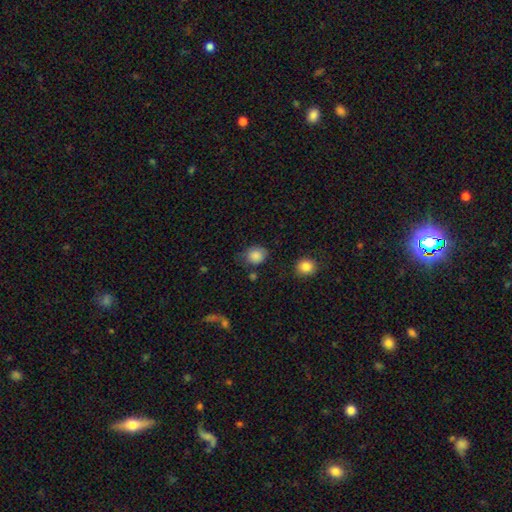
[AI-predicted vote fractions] smooth_or_featured: smooth (p=0.86) [alt: star or artifact p=0.09]
how_rounded: round (p=0.66) [alt: in between p=0.33]
merging: none (p=0.69) [alt: minor disturbance p=0.21]